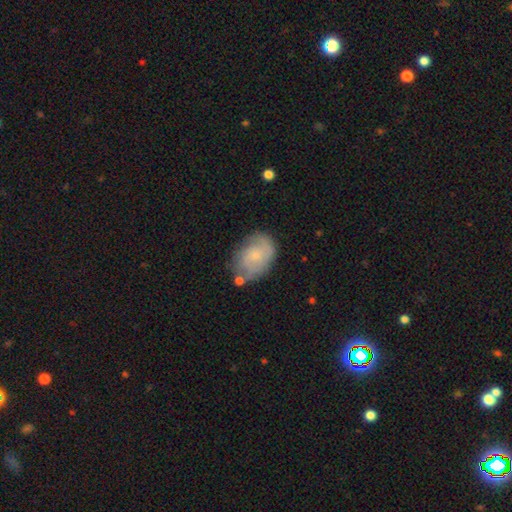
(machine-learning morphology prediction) The model was most divided on "smooth or featured": smooth: 48%, featured or disk: 44%, star or artifact: 7%. More confident: merging — none (62%).